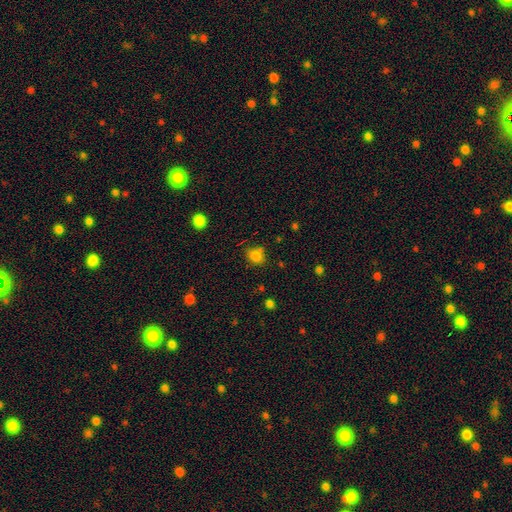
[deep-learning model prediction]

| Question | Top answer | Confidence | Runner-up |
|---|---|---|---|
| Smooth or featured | smooth | 81% | star or artifact (13%) |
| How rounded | round | 58% | in between (41%) |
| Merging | none | 72% | minor disturbance (17%) |